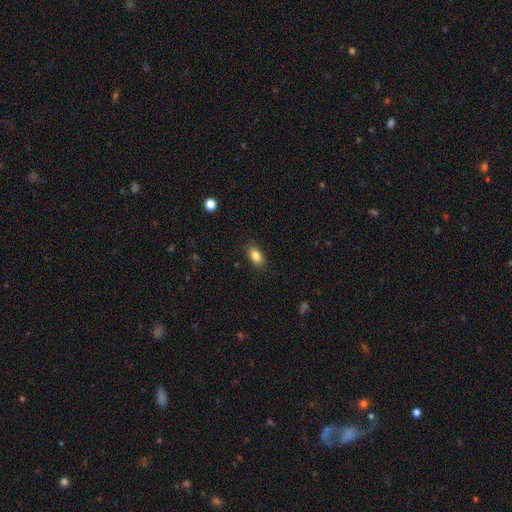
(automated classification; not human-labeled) Overall: smooth (85%). How rounded: in between (88%). Merging: none (86%).